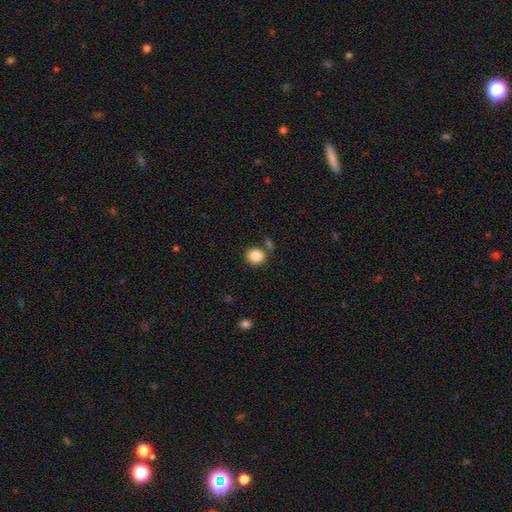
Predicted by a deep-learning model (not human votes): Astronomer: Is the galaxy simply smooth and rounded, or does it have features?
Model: smooth — 86%.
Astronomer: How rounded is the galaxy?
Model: round — 81%.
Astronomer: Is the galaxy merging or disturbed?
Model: none — 74%.